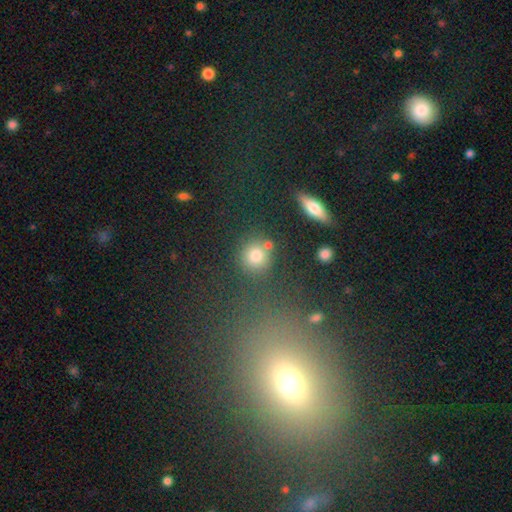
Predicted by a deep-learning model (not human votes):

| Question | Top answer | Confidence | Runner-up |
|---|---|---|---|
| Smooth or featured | smooth | 77% | star or artifact (15%) |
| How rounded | round | 85% | in between (13%) |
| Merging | none | 73% | merger (12%) |